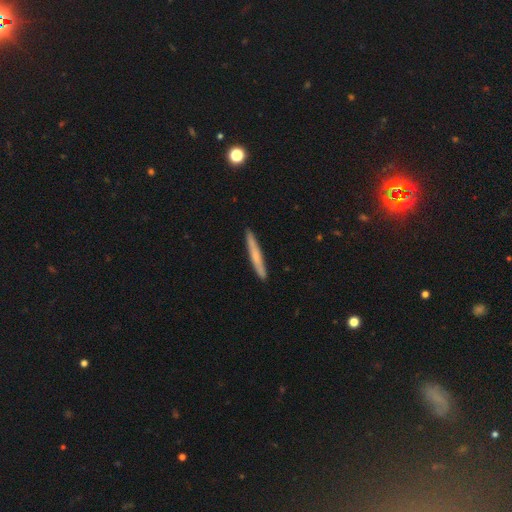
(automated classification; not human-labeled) This is possibly a smooth galaxy (59%). How rounded: clearly cigar-shaped (96%). Merging: clearly none (91%).